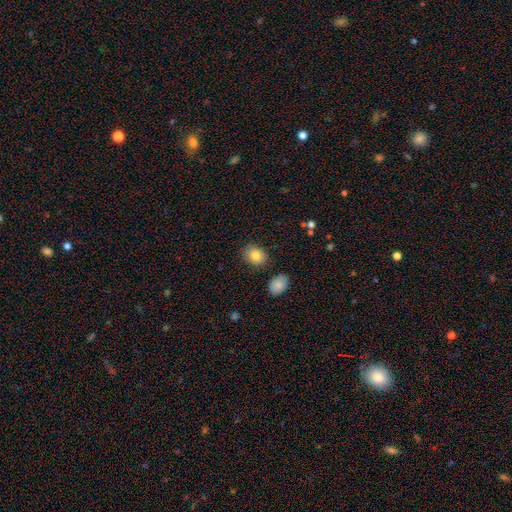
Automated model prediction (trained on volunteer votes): smooth_or_featured: smooth (p=0.82) [alt: featured or disk p=0.09]
how_rounded: in between (p=0.56) [alt: round p=0.43]
merging: none (p=0.83) [alt: minor disturbance p=0.11]